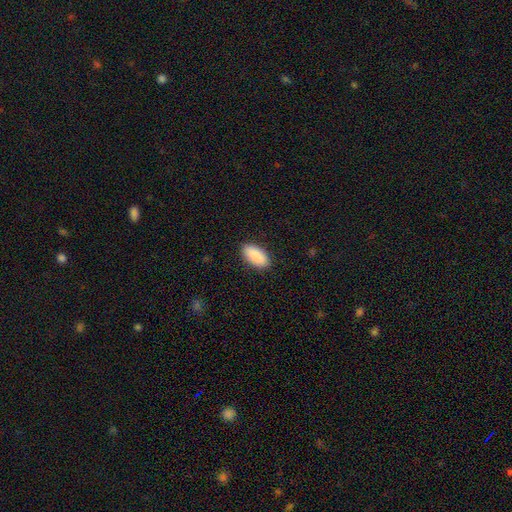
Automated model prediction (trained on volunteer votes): Smooth or featured? smooth (91%)
How rounded? in between (93%)
Merging? none (88%)